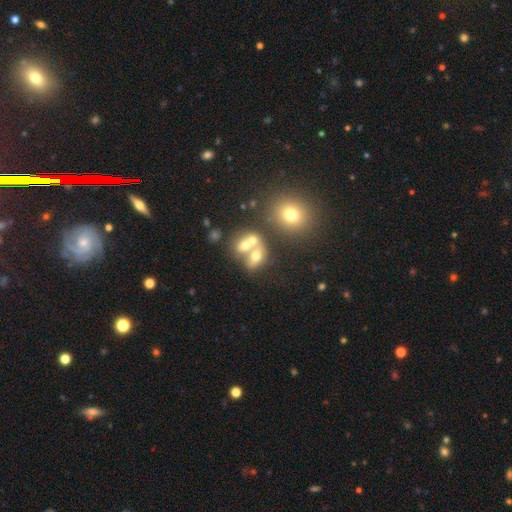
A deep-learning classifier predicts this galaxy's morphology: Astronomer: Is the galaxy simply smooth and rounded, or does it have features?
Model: smooth — 59%.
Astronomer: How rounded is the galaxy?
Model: in between — 53% (runner-up: round, 45%).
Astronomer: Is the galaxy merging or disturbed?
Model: merger — 60%.